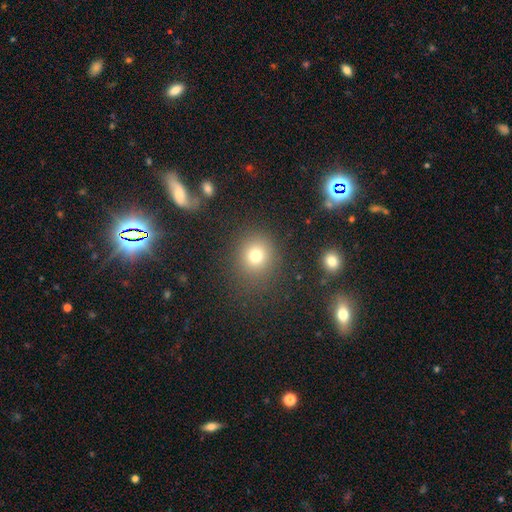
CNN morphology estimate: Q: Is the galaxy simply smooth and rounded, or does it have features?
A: smooth — 76%.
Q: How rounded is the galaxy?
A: round — 81%.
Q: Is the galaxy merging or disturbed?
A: none — 83%.